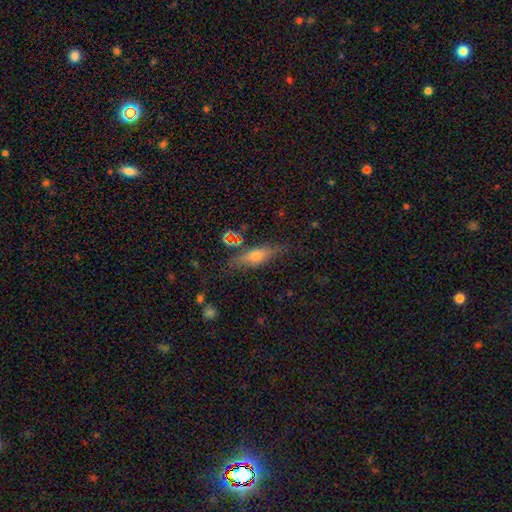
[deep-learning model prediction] Smooth or featured: smooth — 49% (featured or disk — 41%)
Merging: none — 79% (minor disturbance — 14%)